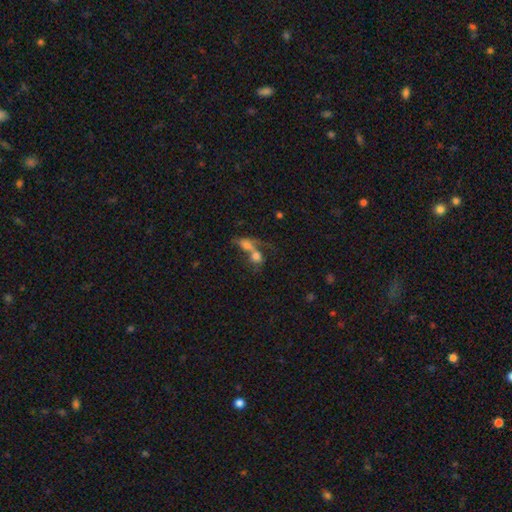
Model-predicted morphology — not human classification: The model was most divided on "how rounded": in between: 54%, round: 41%, cigar-shaped: 5%. More confident: merging — merger (72%); smooth or featured — smooth (62%).